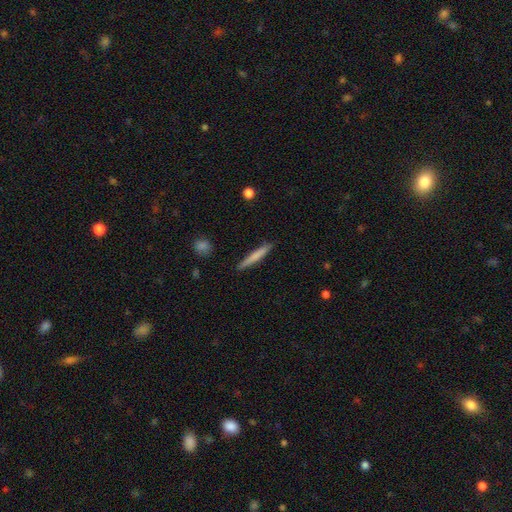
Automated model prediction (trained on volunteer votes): This appears to be a smooth galaxy with no disk features (69%) that is cigar-shaped (95%). Merging: none (89%).